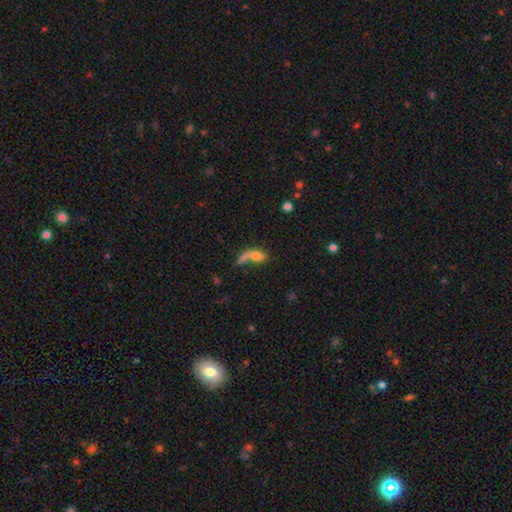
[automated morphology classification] The model was most divided on "merging": merger: 34%, none: 29%, major disturbance: 23%, minor disturbance: 14%. More confident: how rounded — in between (67%); smooth or featured — smooth (65%).